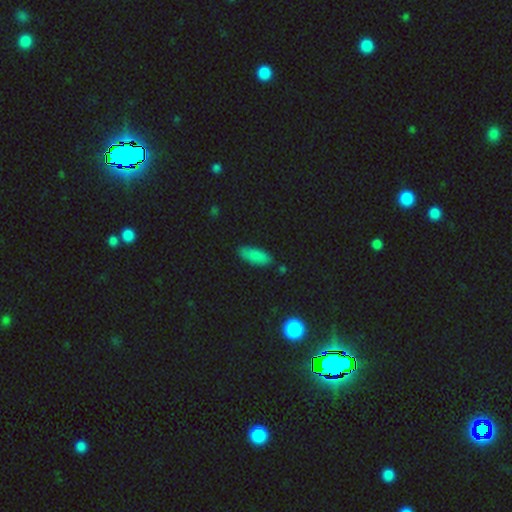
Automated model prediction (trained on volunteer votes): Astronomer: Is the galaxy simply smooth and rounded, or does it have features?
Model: smooth — 81%.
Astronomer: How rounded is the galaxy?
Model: in between — 74%.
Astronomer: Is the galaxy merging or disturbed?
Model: none — 81%.